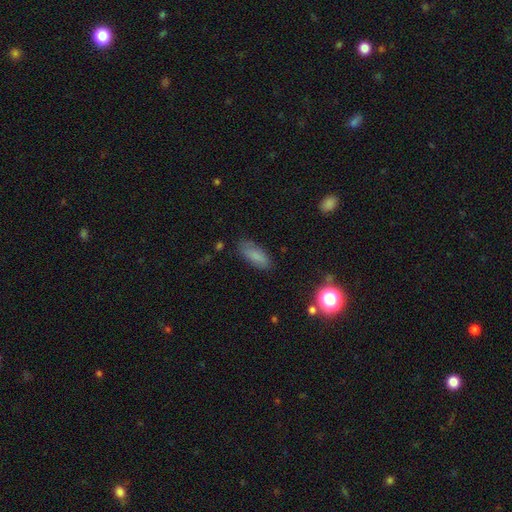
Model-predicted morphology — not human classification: smooth_or_featured: smooth (p=0.81) [alt: featured or disk p=0.10]
how_rounded: in between (p=0.77) [alt: cigar-shaped p=0.21]
merging: none (p=0.79) [alt: minor disturbance p=0.16]